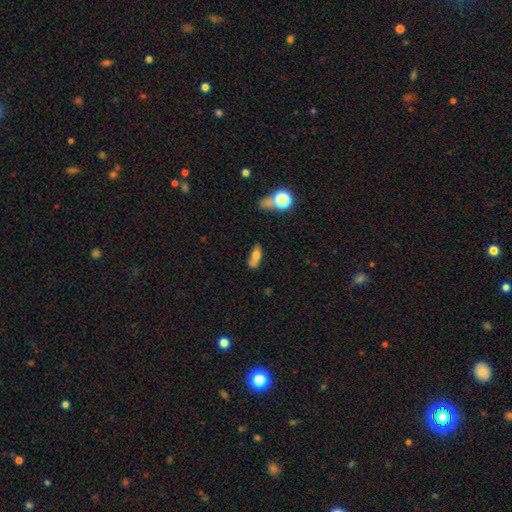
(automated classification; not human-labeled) Overall: smooth (68%). How rounded: in between (68%). Merging: none (55%; minor disturbance 25%).